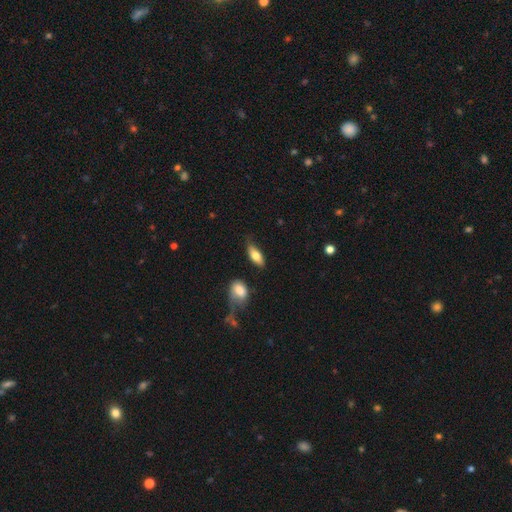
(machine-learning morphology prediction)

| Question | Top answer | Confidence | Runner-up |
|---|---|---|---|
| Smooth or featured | smooth | 75% | featured or disk (18%) |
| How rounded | in between | 80% | cigar-shaped (16%) |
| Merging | none | 67% | minor disturbance (22%) |